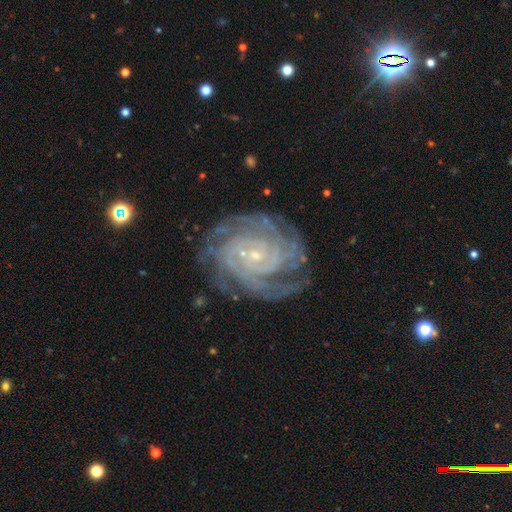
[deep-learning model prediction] Morphology: type=featured or disk (90%); edge-on=no (97%); bar=no (62%); spiral arms=yes (98%); winding=tight (80%); arm count=4 (26%); bulge=small (85%); merging=none (78%).